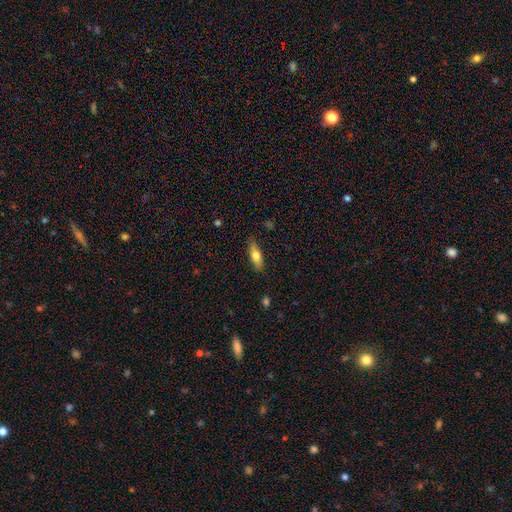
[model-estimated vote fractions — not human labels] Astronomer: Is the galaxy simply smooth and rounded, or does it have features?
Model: smooth — 64%.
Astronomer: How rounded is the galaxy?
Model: in between — 57% (runner-up: cigar-shaped, 40%).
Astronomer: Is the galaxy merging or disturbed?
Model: none — 86%.